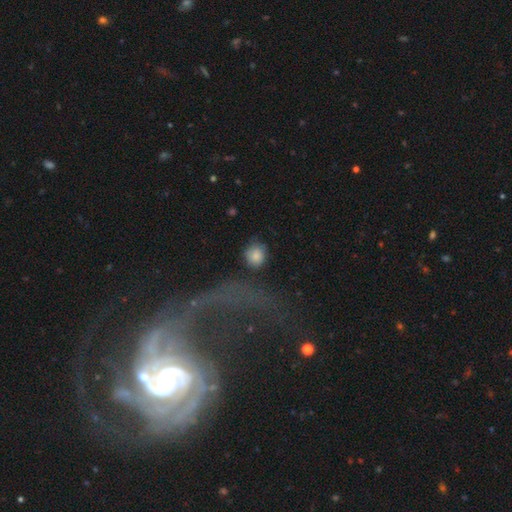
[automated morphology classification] Smooth or featured: smooth — 83% (featured or disk — 9%)
How rounded: round — 83% (in between — 16%)
Merging: none — 70% (minor disturbance — 17%)